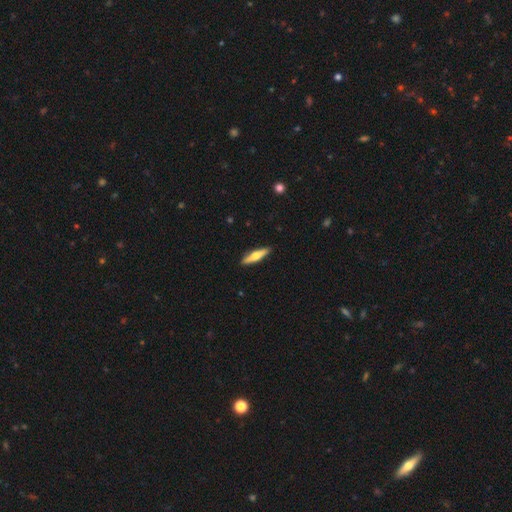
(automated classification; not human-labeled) smooth-or-featured: featured or disk: 55% | smooth: 40% | star or artifact: 5%
  disk-edge-on: yes: 95% | no: 5%
    edge-on-bulge: rounded: 93% | boxy: 4% | none: 3%
  merging: none: 91% | minor disturbance: 7% | major disturbance: 1% | merger: 1%